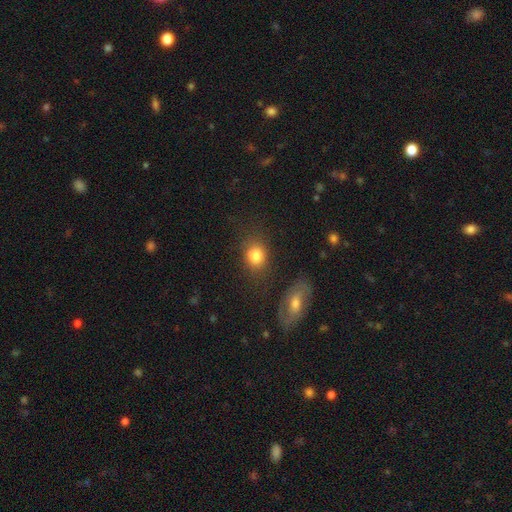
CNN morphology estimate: smooth_or_featured: smooth (p=0.80) [alt: star or artifact p=0.10]
how_rounded: in between (p=0.51) [alt: round p=0.47]
merging: none (p=0.62) [alt: minor disturbance p=0.18]